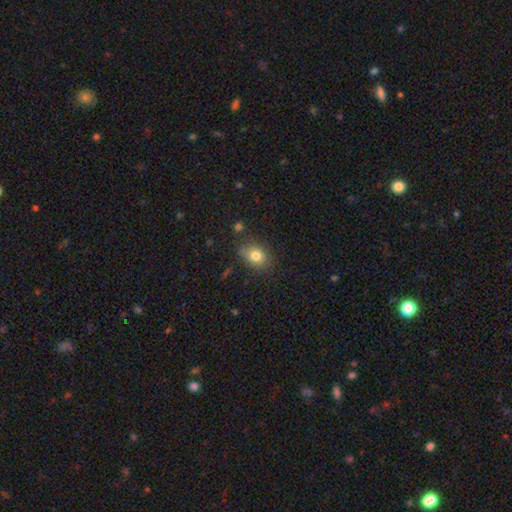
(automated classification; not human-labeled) This appears to be a smooth galaxy with no disk features (80%) that is in between round and cigar-shaped (60%). Merging: none (76%).